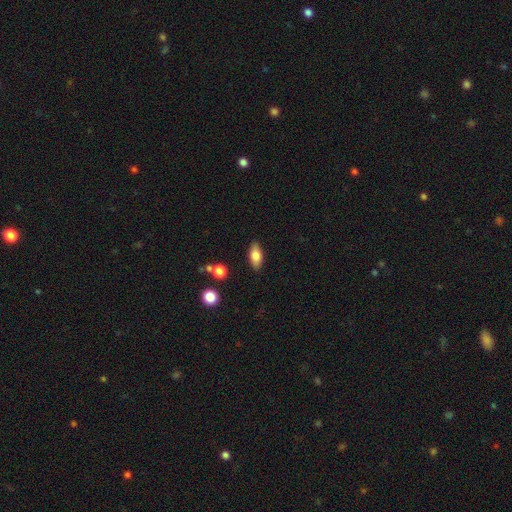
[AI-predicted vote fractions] smooth_or_featured: smooth (p=0.77) [alt: featured or disk p=0.15]
how_rounded: in between (p=0.86) [alt: cigar-shaped p=0.10]
merging: none (p=0.86) [alt: minor disturbance p=0.10]